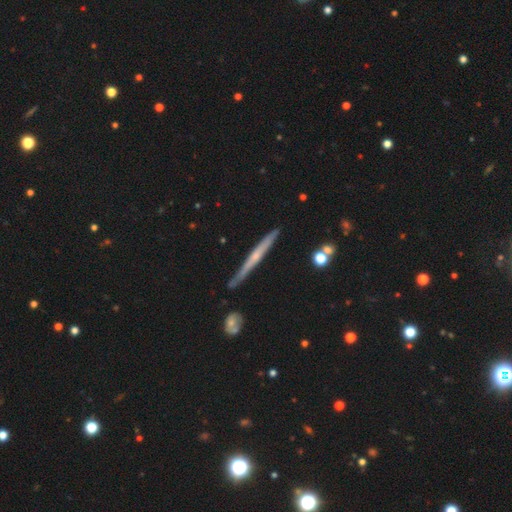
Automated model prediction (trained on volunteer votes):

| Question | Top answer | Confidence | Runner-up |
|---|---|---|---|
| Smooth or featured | featured or disk | 64% | smooth (30%) |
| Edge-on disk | yes | 96% | no (4%) |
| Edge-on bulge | none | 61% | rounded (33%) |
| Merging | none | 84% | minor disturbance (12%) |